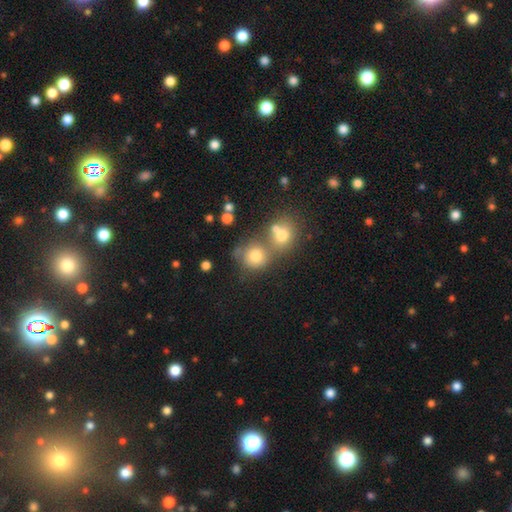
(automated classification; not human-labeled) Smooth or featured: smooth — 73% (star or artifact — 14%)
How rounded: round — 84% (in between — 15%)
Merging: none — 48% (merger — 36%)